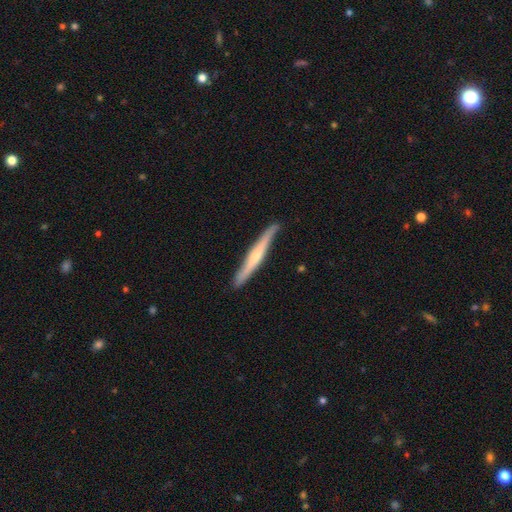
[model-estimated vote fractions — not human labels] smooth-or-featured: featured or disk: 60% | smooth: 35% | star or artifact: 5%
  disk-edge-on: yes: 95% | no: 5%
    edge-on-bulge: rounded: 67% | none: 27% | boxy: 6%
  merging: none: 87% | minor disturbance: 10% | major disturbance: 2% | merger: 1%